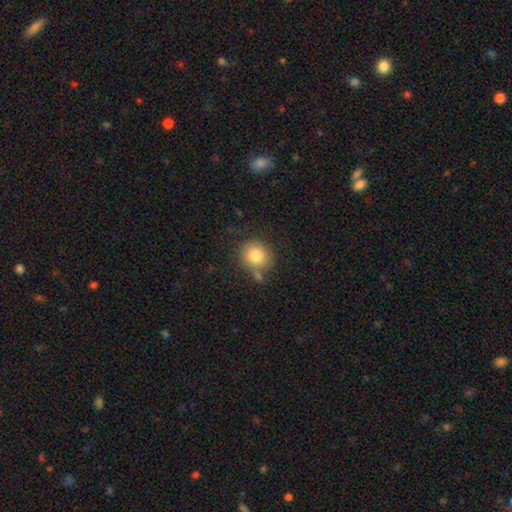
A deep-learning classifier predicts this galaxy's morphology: A smooth galaxy with no disk features (80%) that is round (85%). Merging: none (70%).